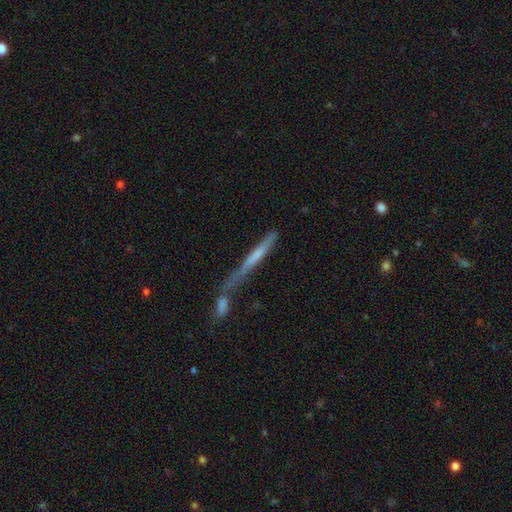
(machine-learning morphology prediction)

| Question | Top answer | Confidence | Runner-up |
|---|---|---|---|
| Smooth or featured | smooth | 47% | featured or disk (45%) |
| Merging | merger | 44% | none (31%) |